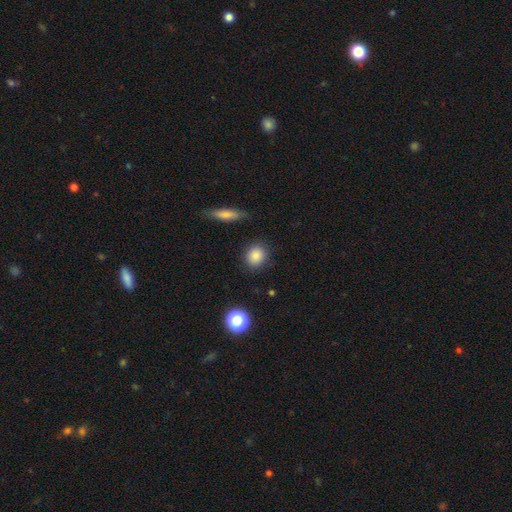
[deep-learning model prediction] Overall: smooth (86%). How rounded: round (72%). Merging: none (87%).